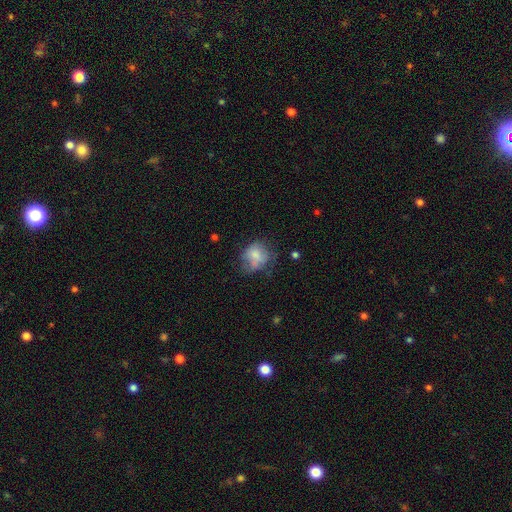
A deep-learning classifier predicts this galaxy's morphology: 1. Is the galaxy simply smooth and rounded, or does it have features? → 64% smooth, 26% featured or disk, 10% star or artifact.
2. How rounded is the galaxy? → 55% round, 44% in between, 1% cigar-shaped.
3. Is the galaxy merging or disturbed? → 38% none, 29% minor disturbance, 21% major disturbance, 11% merger.